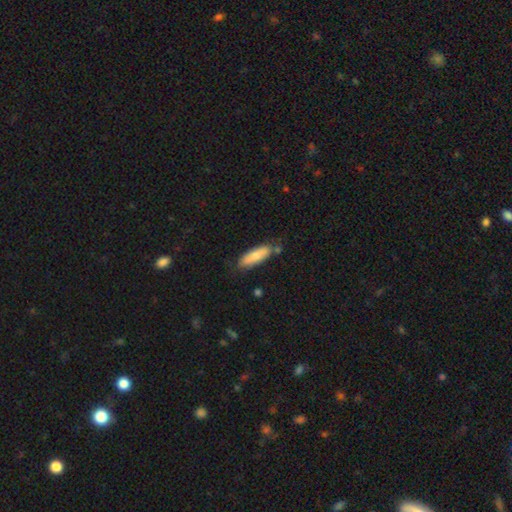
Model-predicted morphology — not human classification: The model was most divided on "how rounded": in between: 51%, cigar-shaped: 47%, round: 2%. More confident: smooth or featured — smooth (73%); merging — none (72%).